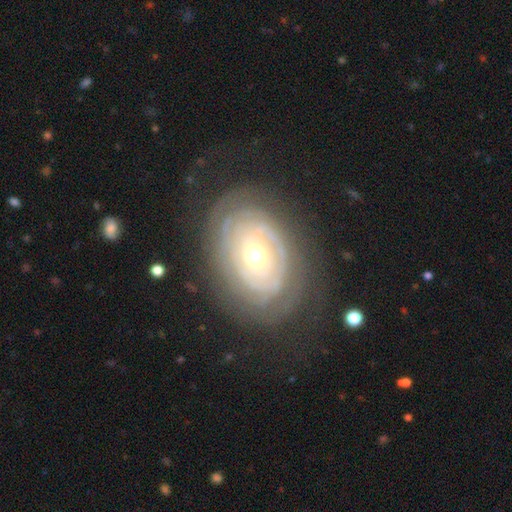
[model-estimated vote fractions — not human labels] This is clearly a featured or disk galaxy (82%). It is clearly not viewed edge-on (95%). Bar: likely no (75%). Spiral arm pattern: clearly yes (85%). Spiral arm count: possibly can't tell (50%). Spiral winding: clearly tight (83%). Central bulge: likely moderate (66%). Merging: likely none (74%).